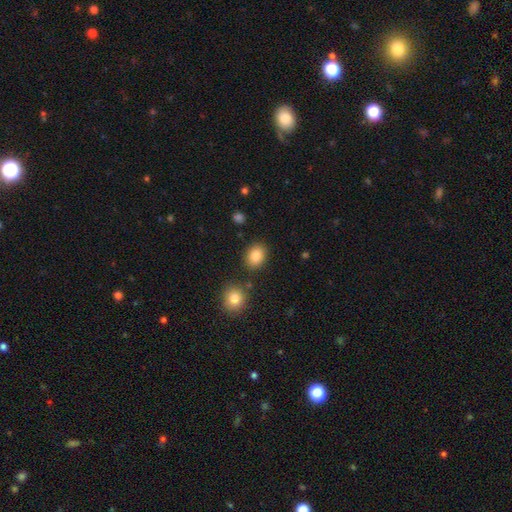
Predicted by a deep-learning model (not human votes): Smooth or featured? smooth (85%)
How rounded? in between (52%)
Merging? none (83%)